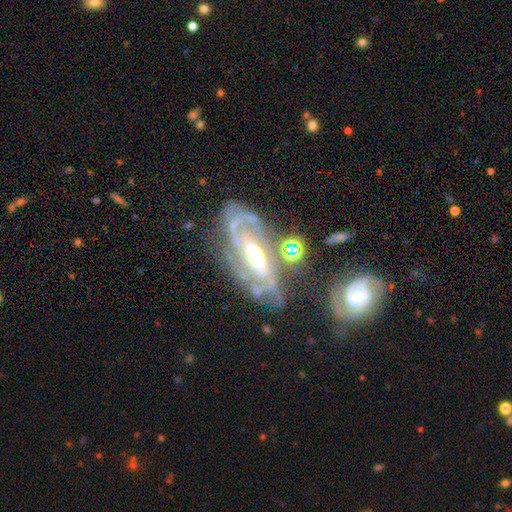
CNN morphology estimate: This appears to be a featured or disk galaxy (86%) with a weak bar (36%), tight (59%) spiral arms (87%) and a moderate central bulge (66%). Merging: none (59%).